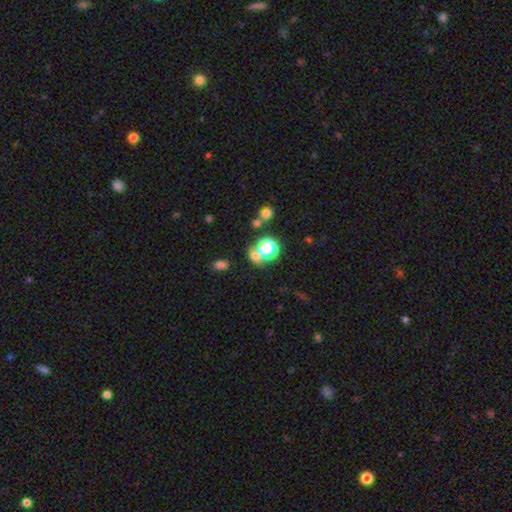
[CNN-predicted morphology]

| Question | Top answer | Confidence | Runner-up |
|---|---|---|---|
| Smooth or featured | smooth | 57% | star or artifact (33%) |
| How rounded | round | 66% | in between (32%) |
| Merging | none | 58% | merger (25%) |